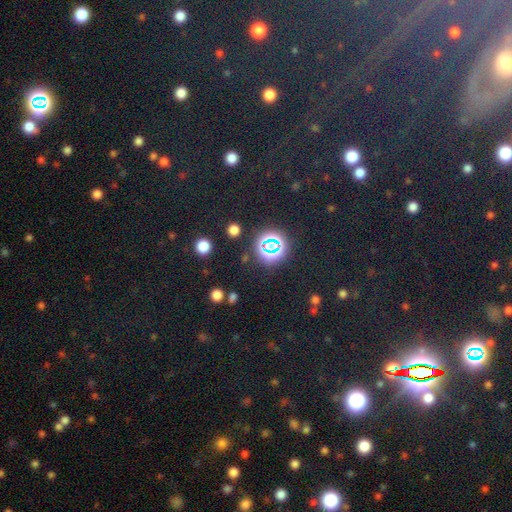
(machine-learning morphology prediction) type=star or artifact (66%).